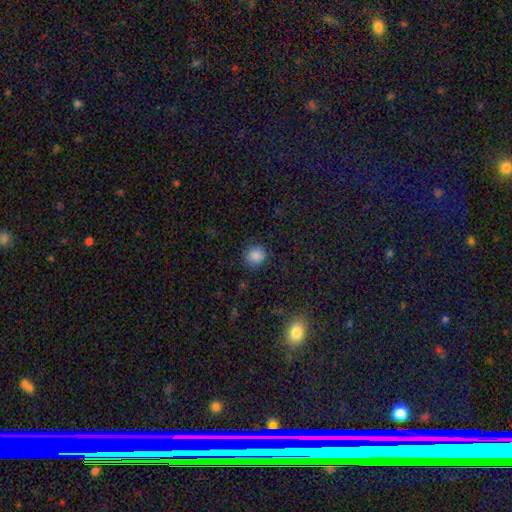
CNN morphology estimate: Smooth or featured?
  - smooth: 86% *
  - star or artifact: 10%
  - featured or disk: 3%
How rounded?
  - round: 86% *
  - in between: 13%
  - cigar-shaped: 1%
Merging?
  - none: 87% *
  - minor disturbance: 9%
  - major disturbance: 3%
  - merger: 1%